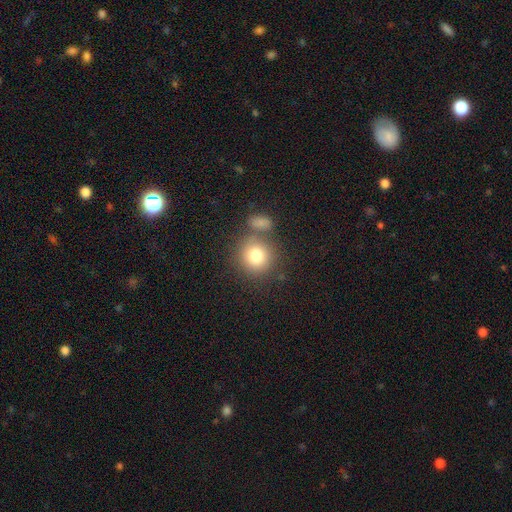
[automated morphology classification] Overall: smooth (78%). How rounded: round (89%). Merging: none (67%).